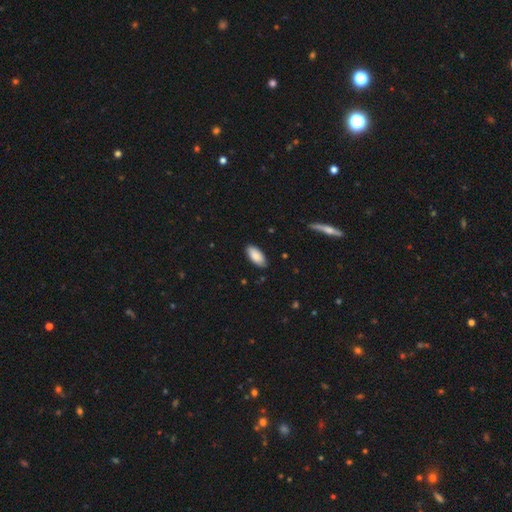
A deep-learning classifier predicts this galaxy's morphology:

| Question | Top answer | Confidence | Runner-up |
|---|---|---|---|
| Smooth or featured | smooth | 87% | featured or disk (7%) |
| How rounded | in between | 92% | cigar-shaped (6%) |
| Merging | none | 85% | minor disturbance (12%) |